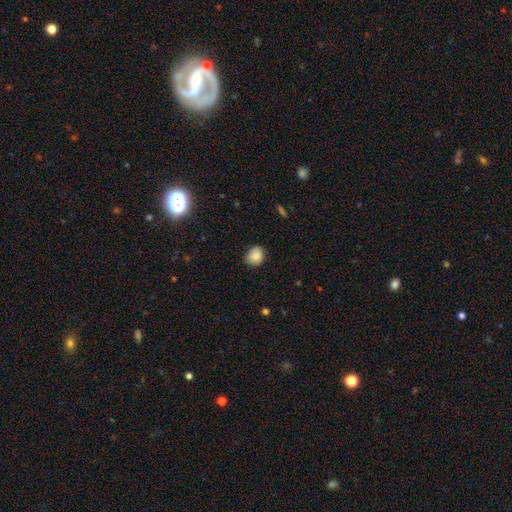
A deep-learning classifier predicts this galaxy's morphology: Smooth or featured? Predicted: smooth (p=0.84). How rounded? Predicted: round (p=0.68). Merging? Predicted: none (p=0.77).